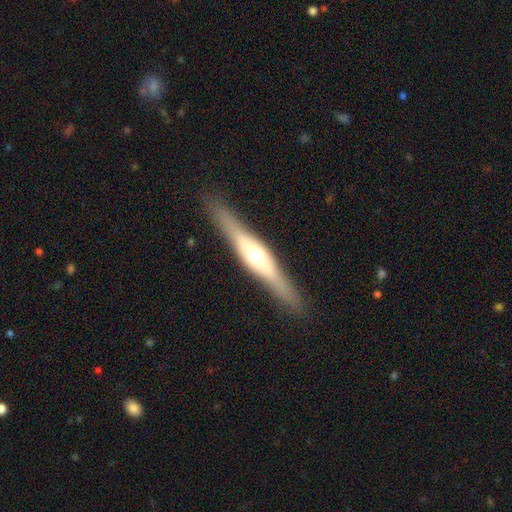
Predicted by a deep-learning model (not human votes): Smooth or featured? featured or disk (71%)
Edge-on disk? yes (95%)
Edge-on bulge? rounded (89%)
Merging? none (89%)